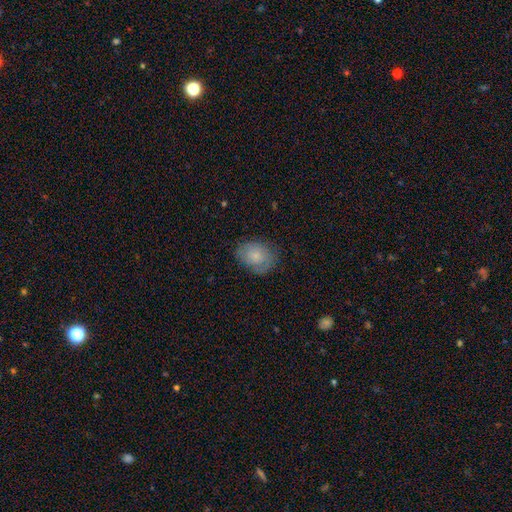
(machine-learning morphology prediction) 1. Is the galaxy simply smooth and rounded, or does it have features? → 69% smooth, 23% featured or disk, 8% star or artifact.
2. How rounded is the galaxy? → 66% in between, 32% round, 1% cigar-shaped.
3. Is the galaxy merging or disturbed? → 70% none, 22% minor disturbance, 7% major disturbance, 1% merger.